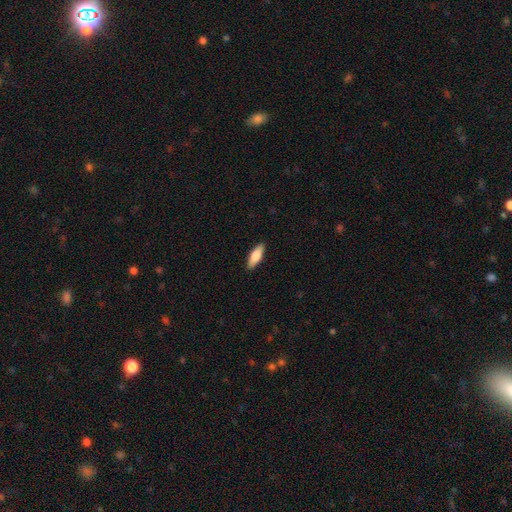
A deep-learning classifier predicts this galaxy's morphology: smooth 76%, featured or disk 18%, star or artifact 6%. Down the decision tree: how rounded — in between (60%); merging — none (90%).